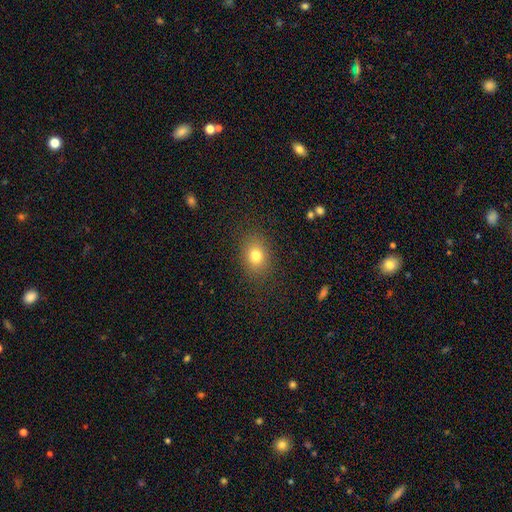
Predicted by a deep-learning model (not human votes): Q: Smooth or featured?
A: smooth (78%); runner-up: star or artifact (12%)
Q: How rounded?
A: in between (56%); runner-up: round (43%)
Q: Merging?
A: none (85%); runner-up: minor disturbance (10%)